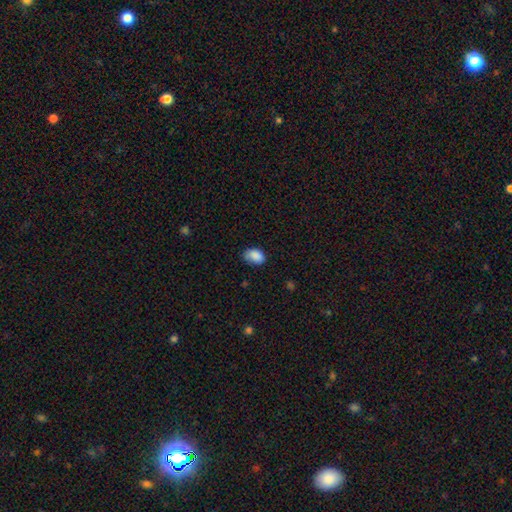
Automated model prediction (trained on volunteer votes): This appears to be a smooth galaxy with no disk features (87%) that is in between round and cigar-shaped (83%). Merging: none (61%).